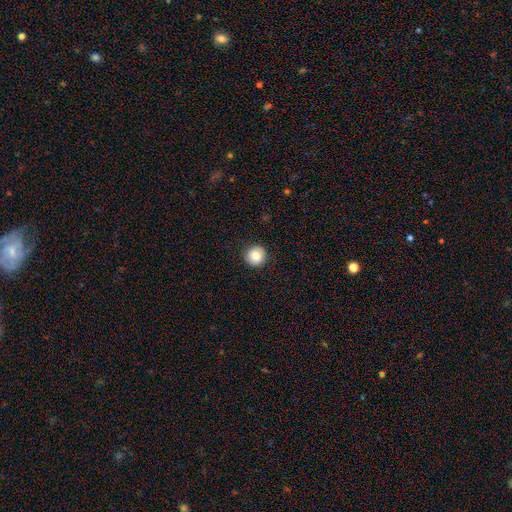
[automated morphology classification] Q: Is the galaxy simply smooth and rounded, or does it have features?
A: smooth — 83%.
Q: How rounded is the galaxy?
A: round — 95%.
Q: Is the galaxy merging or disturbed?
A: none — 92%.